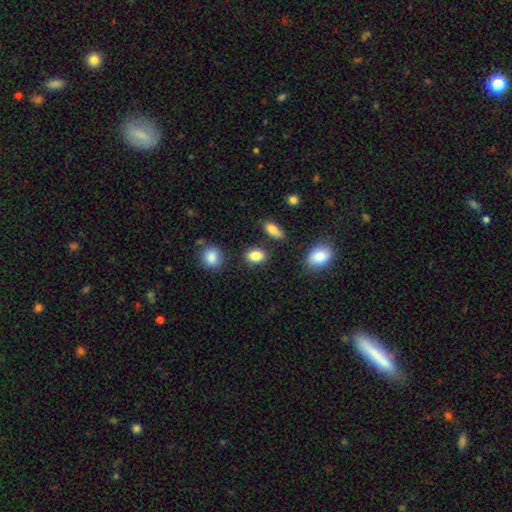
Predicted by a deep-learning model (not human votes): A smooth galaxy with no disk features (85%) that is in between round and cigar-shaped (73%). Merging: none (82%).